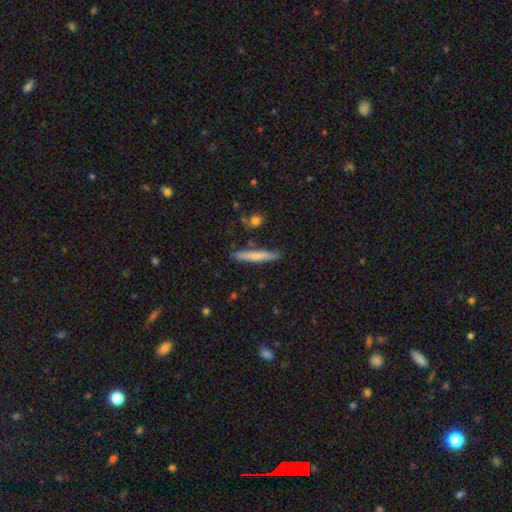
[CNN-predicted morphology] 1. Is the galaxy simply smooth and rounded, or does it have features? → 67% smooth, 28% featured or disk, 6% star or artifact.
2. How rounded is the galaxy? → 95% cigar-shaped, 4% in between, 1% round.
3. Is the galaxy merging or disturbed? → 86% none, 10% minor disturbance, 2% merger, 2% major disturbance.